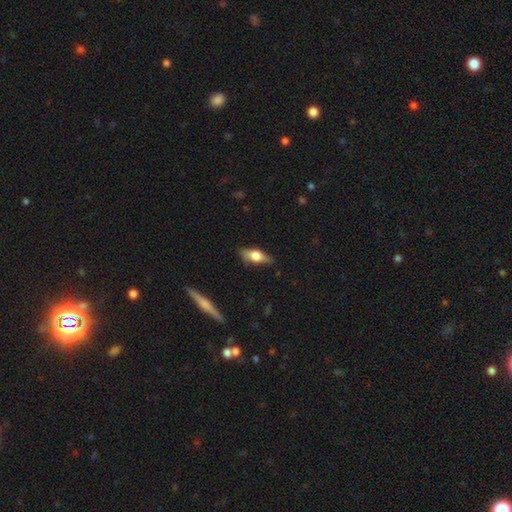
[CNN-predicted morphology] This is possibly a smooth galaxy (51%). How rounded: likely in between (69%). Merging: likely none (71%).